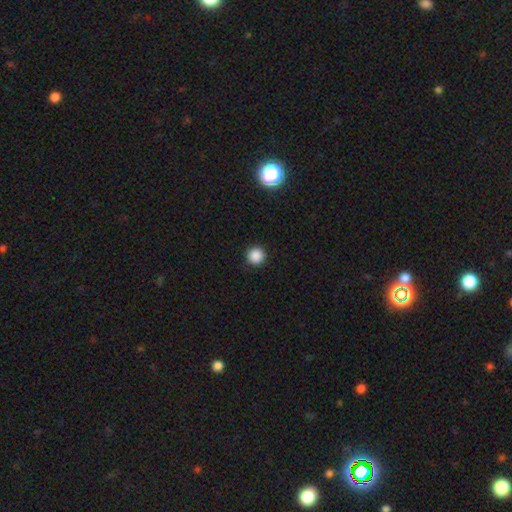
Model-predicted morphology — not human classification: smooth_or_featured: smooth (p=0.87) [alt: star or artifact p=0.10]
how_rounded: round (p=0.96) [alt: in between p=0.03]
merging: none (p=0.92) [alt: minor disturbance p=0.05]